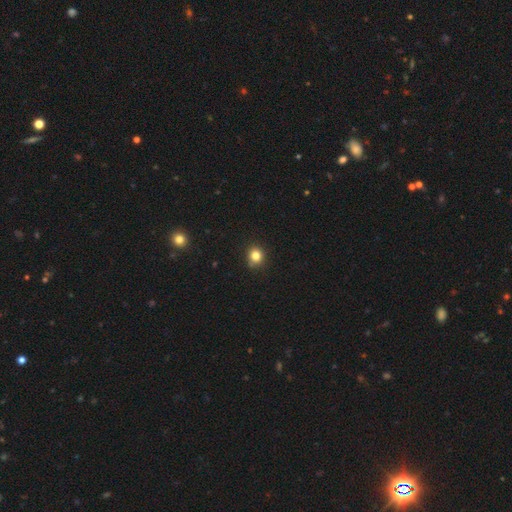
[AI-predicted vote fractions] The model was most divided on "smooth or featured": smooth: 82%, star or artifact: 13%, featured or disk: 5%. More confident: how rounded — round (85%); merging — none (84%).